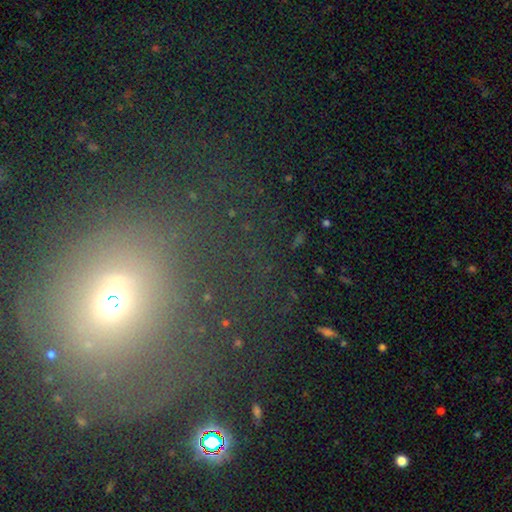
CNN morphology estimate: smooth 45%, star or artifact 33%, featured or disk 22%. Down the decision tree: merging — none (53%).